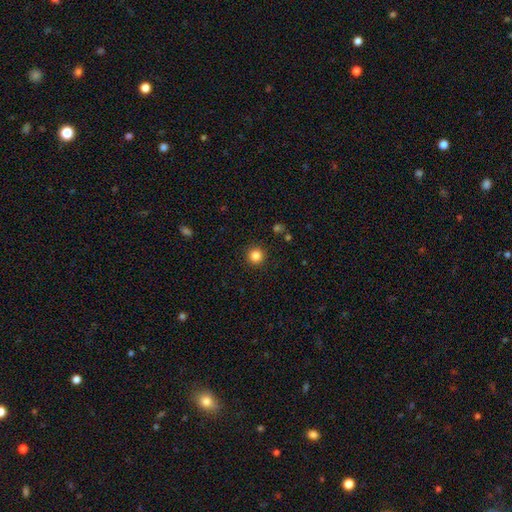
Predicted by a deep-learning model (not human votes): smooth 84%, star or artifact 12%, featured or disk 4%. Down the decision tree: how rounded — round (96%); merging — none (92%).